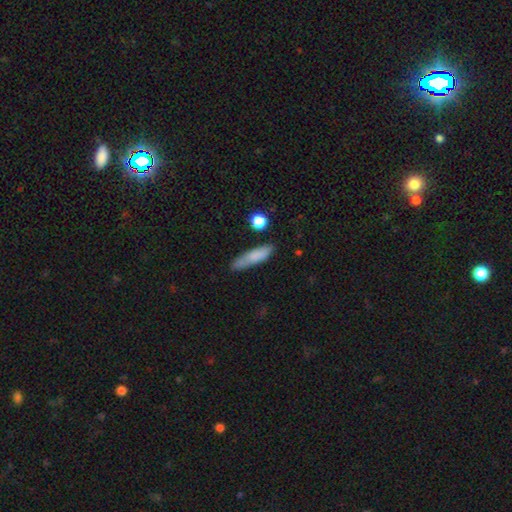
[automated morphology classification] This appears to be a smooth galaxy with no disk features (76%) that is cigar-shaped (75%). Merging: none (76%).